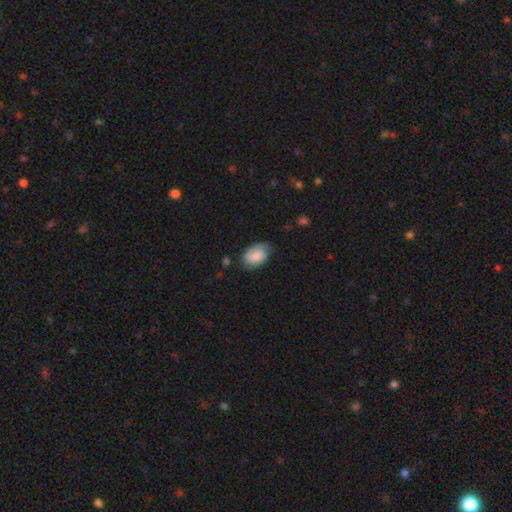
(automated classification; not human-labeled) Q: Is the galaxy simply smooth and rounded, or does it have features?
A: smooth — 63%.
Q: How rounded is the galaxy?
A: in between — 88%.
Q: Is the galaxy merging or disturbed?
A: none — 65%.